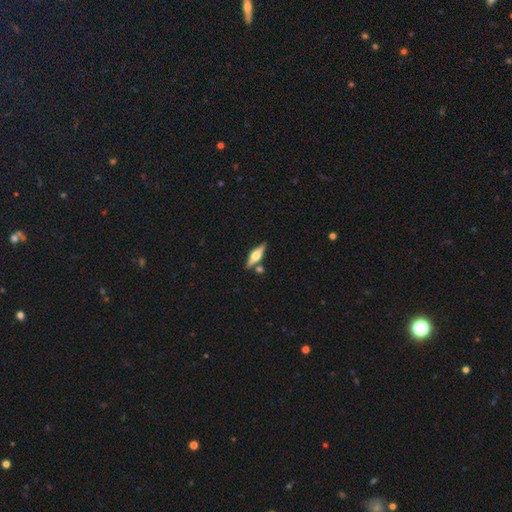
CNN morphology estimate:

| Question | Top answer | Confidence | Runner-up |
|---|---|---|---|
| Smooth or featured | featured or disk | 66% | smooth (28%) |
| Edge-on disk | yes | 96% | no (4%) |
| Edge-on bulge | rounded | 92% | boxy (6%) |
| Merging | none | 80% | minor disturbance (10%) |